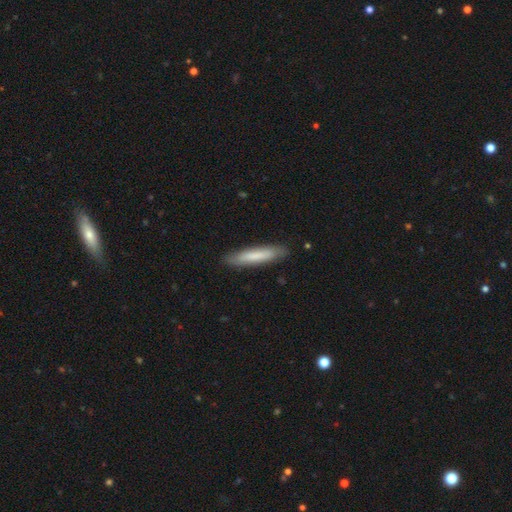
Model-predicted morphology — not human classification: Q: Smooth or featured?
A: smooth (73%); runner-up: featured or disk (21%)
Q: How rounded?
A: cigar-shaped (90%); runner-up: in between (9%)
Q: Merging?
A: none (87%); runner-up: minor disturbance (10%)